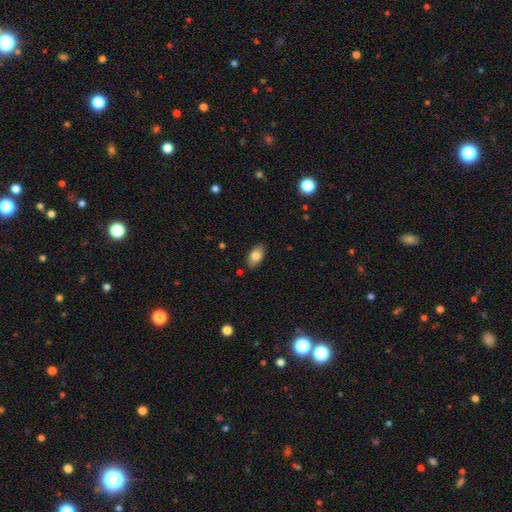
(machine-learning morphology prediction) Smooth or featured: smooth — 81% (featured or disk — 11%)
How rounded: in between — 93% (round — 5%)
Merging: none — 86% (minor disturbance — 11%)